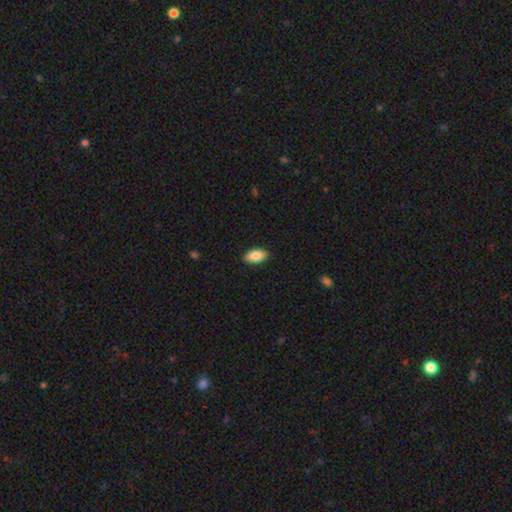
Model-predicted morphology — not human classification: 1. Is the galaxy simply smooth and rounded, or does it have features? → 85% smooth, 8% featured or disk, 7% star or artifact.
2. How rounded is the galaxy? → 93% in between, 4% round, 3% cigar-shaped.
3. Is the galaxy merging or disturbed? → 89% none, 9% minor disturbance, 2% major disturbance, 1% merger.